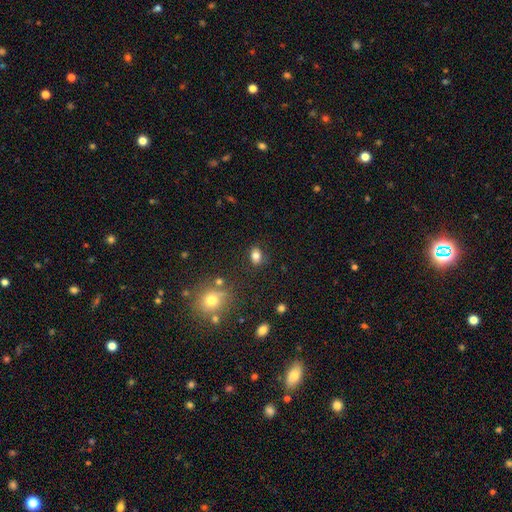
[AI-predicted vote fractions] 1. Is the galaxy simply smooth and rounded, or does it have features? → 80% smooth, 12% star or artifact, 8% featured or disk.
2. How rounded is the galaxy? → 70% in between, 28% round, 2% cigar-shaped.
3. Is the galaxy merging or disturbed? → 81% none, 12% minor disturbance, 4% merger, 3% major disturbance.